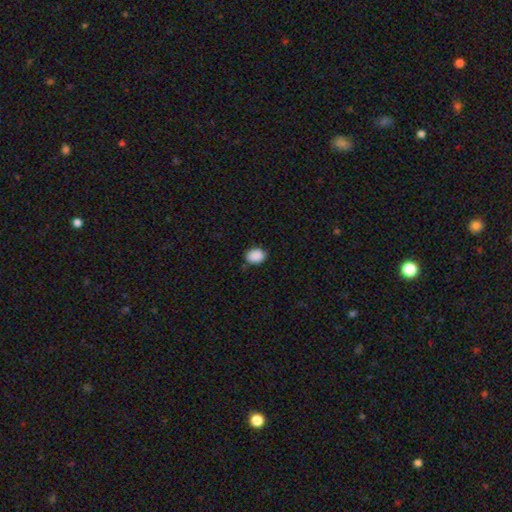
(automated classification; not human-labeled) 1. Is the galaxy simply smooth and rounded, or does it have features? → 89% smooth, 8% star or artifact, 3% featured or disk.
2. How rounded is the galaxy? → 56% in between, 43% round, 1% cigar-shaped.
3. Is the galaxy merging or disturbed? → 81% none, 15% minor disturbance, 3% major disturbance, 2% merger.